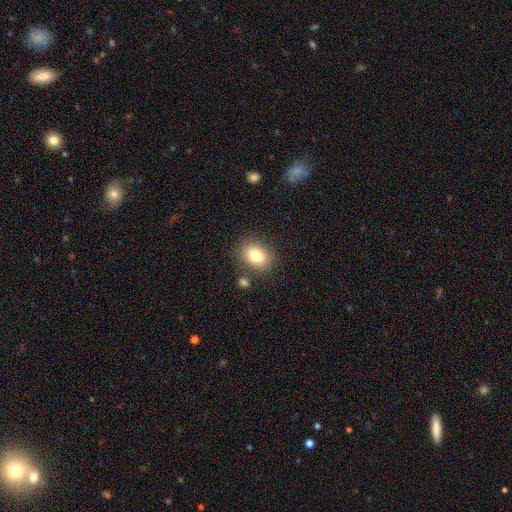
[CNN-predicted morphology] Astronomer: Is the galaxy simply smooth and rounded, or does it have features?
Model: smooth — 81%.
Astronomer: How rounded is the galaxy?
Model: in between — 62% (runner-up: round, 37%).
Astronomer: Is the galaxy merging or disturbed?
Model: none — 81%.